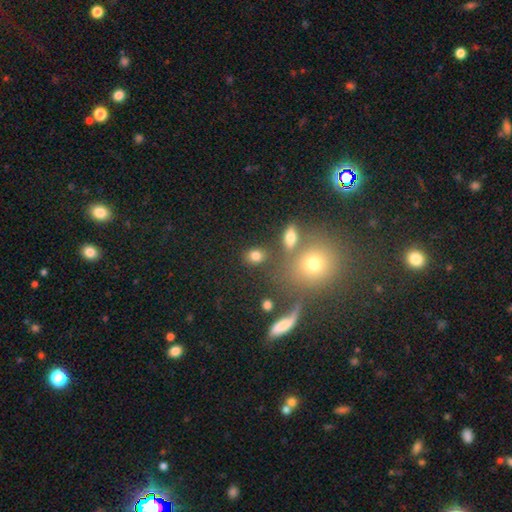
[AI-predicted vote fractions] A smooth galaxy with no disk features (79%) that is in between round and cigar-shaped (53%). Merging: none (70%).